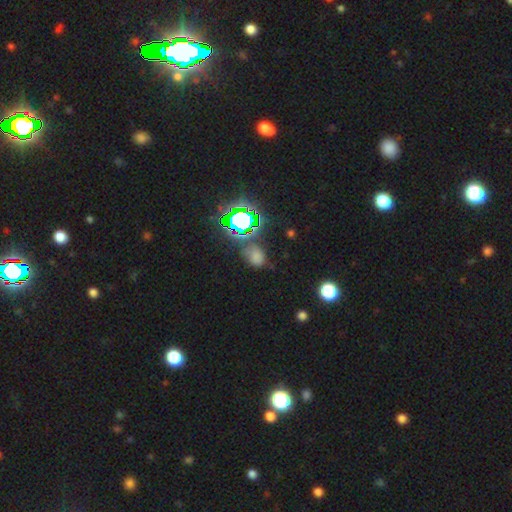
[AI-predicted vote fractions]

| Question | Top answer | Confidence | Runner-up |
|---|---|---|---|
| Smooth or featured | smooth | 52% | star or artifact (39%) |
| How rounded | in between | 57% | round (41%) |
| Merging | none | 65% | minor disturbance (20%) |